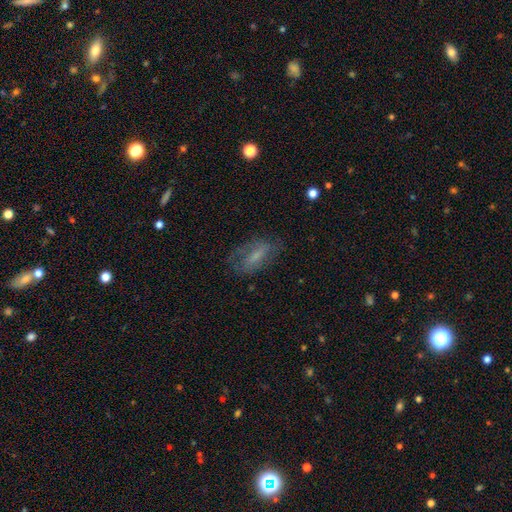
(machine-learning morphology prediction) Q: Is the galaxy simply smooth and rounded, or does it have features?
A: smooth — 47%.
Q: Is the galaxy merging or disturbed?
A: none — 60%.